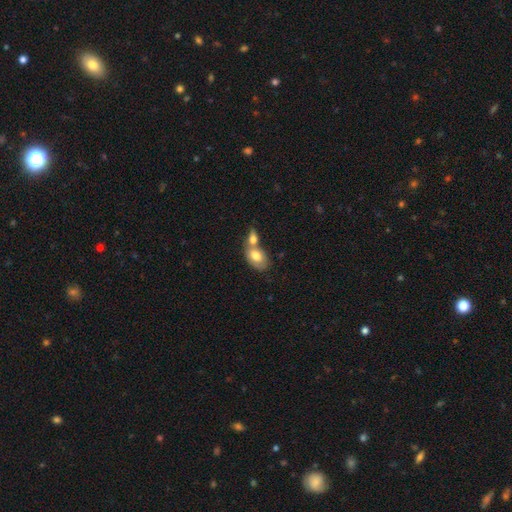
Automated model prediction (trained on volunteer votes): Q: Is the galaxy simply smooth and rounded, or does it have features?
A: smooth — 73%.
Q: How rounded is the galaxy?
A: in between — 85%.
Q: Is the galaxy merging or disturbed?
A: merger — 66%.